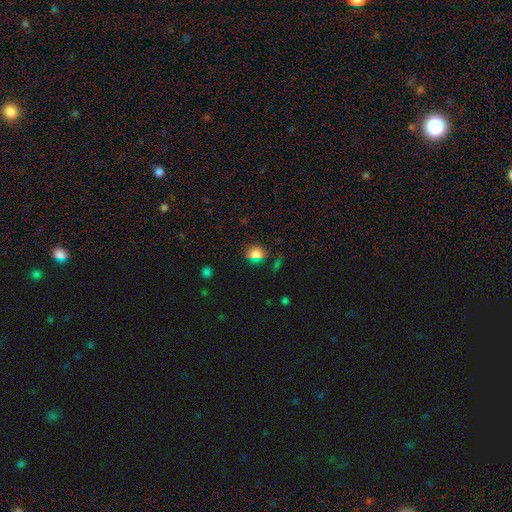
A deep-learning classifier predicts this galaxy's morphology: A smooth galaxy with no disk features (72%) that is round (68%). Merging: none (82%).